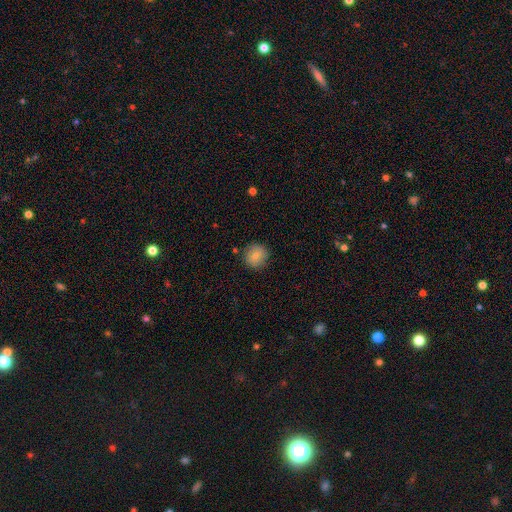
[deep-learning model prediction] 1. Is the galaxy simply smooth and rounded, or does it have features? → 81% smooth, 10% featured or disk, 9% star or artifact.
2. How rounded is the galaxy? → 93% round, 6% in between, 1% cigar-shaped.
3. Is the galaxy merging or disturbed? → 89% none, 8% minor disturbance, 2% major disturbance, 2% merger.